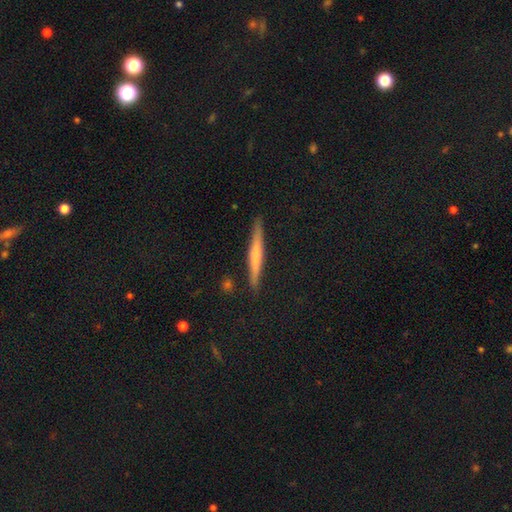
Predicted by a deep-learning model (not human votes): featured or disk 47%, smooth 45%, star or artifact 8%. Down the decision tree: merging — none (89%).